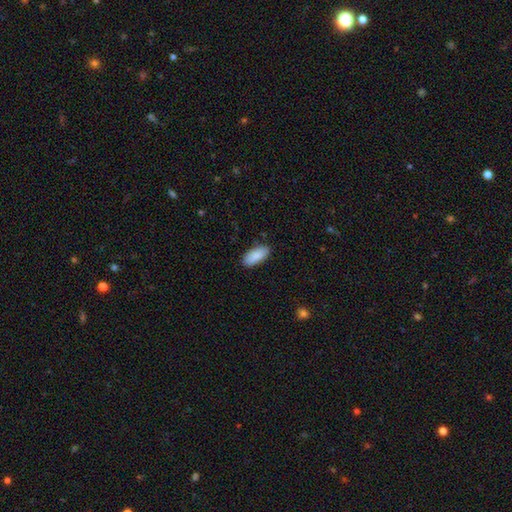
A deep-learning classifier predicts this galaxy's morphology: A smooth galaxy with no disk features (89%) that is in between round and cigar-shaped (89%).

Vote fractions:
- Smooth or featured? smooth: 89% / star or artifact: 6% / featured or disk: 5%
- How rounded? in between: 89% / cigar-shaped: 9% / round: 2%
- Merging? none: 88% / minor disturbance: 9% / major disturbance: 2% / merger: 1%